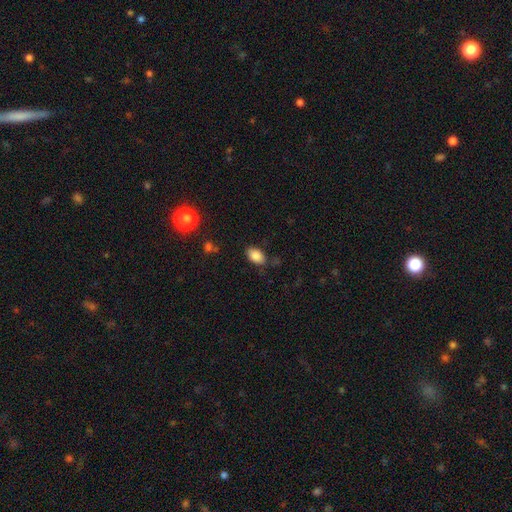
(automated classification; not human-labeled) Q: Smooth or featured?
A: smooth (85%); runner-up: star or artifact (9%)
Q: How rounded?
A: in between (91%); runner-up: round (8%)
Q: Merging?
A: none (78%); runner-up: minor disturbance (16%)